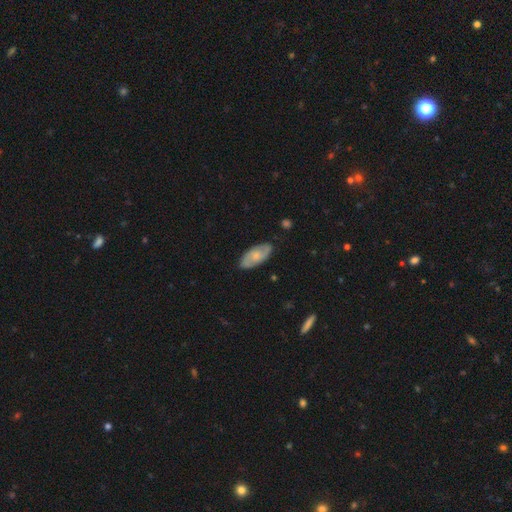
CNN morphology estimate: smooth-or-featured: smooth: 53% | featured or disk: 41% | star or artifact: 6%
  how-rounded: in between: 90% | cigar-shaped: 8% | round: 2%
  merging: none: 82% | minor disturbance: 14% | major disturbance: 2% | merger: 1%